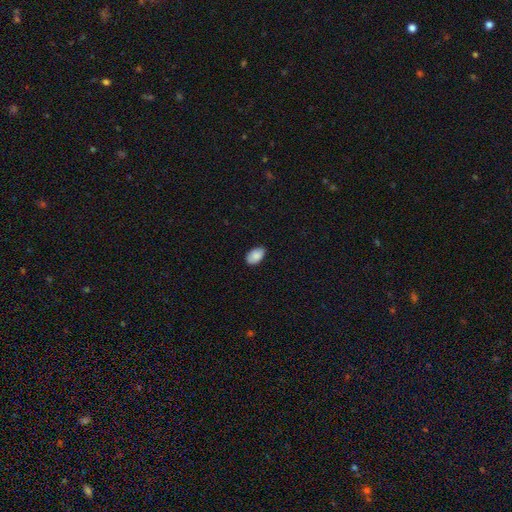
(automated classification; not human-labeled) Smooth or featured? smooth (87%)
How rounded? in between (93%)
Merging? none (84%)